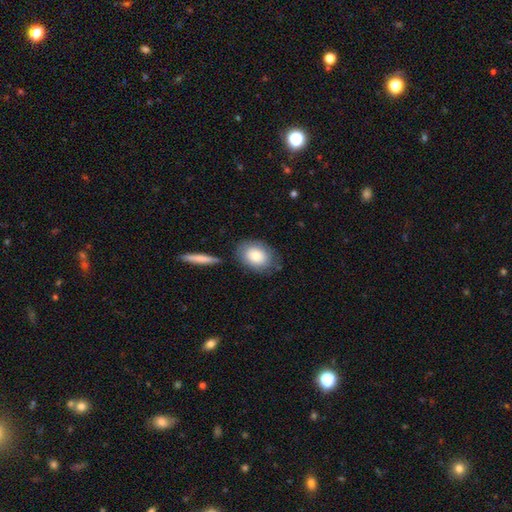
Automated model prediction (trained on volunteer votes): Overall: smooth (77%). How rounded: in between (69%; round 30%). Merging: none (76%).